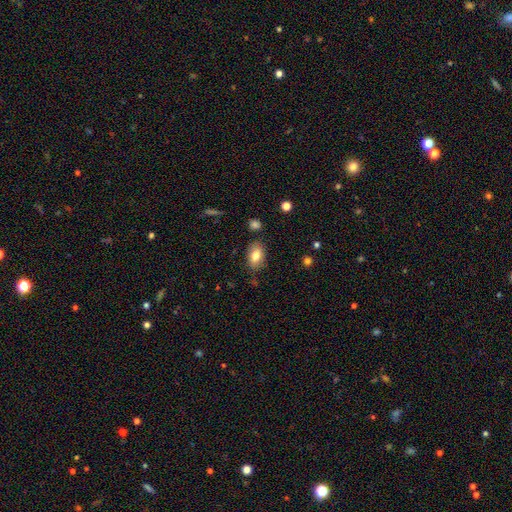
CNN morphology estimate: smooth 79%, featured or disk 13%, star or artifact 8%. Down the decision tree: how rounded — in between (89%); merging — none (81%).